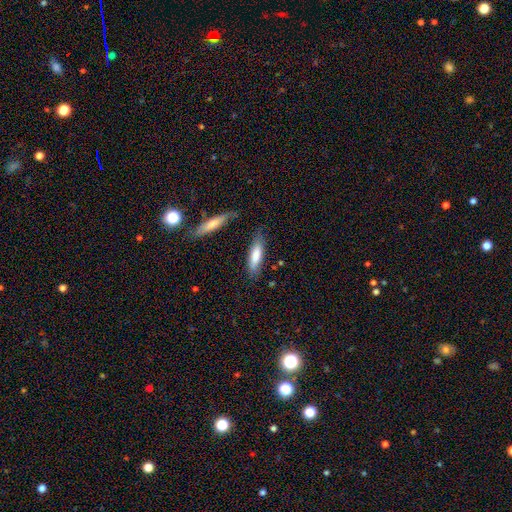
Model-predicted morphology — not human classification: Q: Smooth or featured?
A: smooth (78%); runner-up: featured or disk (16%)
Q: How rounded?
A: cigar-shaped (62%); runner-up: in between (37%)
Q: Merging?
A: none (75%); runner-up: minor disturbance (17%)